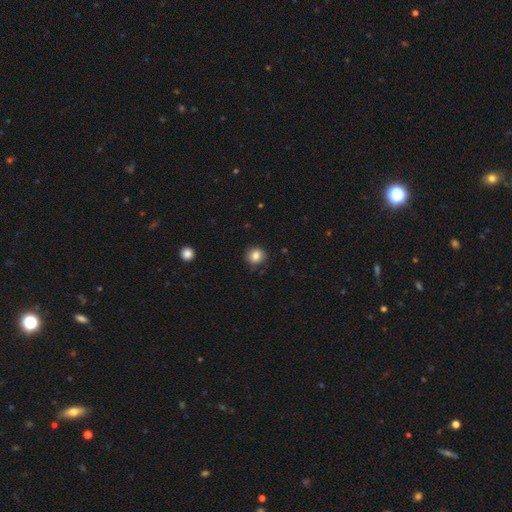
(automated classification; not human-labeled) This appears to be a smooth galaxy with no disk features (84%) that is round (88%). Merging: none (84%).